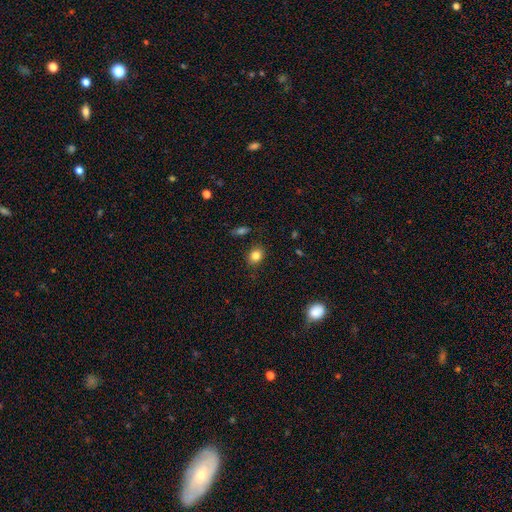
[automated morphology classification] The model was most divided on "how rounded": in between: 52%, round: 47%, cigar-shaped: 1%. More confident: merging — none (84%); smooth or featured — smooth (83%).